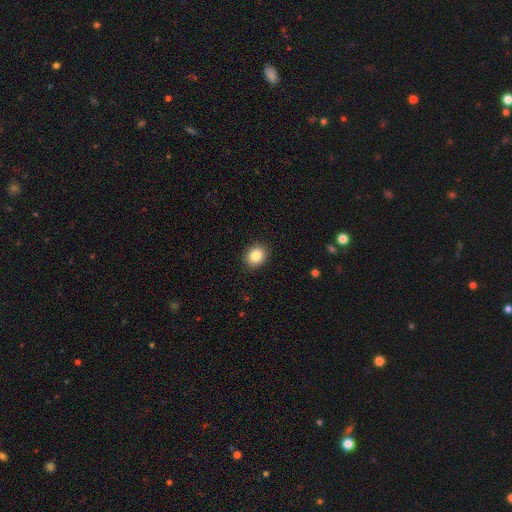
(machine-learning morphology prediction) Smooth or featured? Predicted: smooth (p=0.85). How rounded? Predicted: round (p=0.64). Merging? Predicted: none (p=0.90).